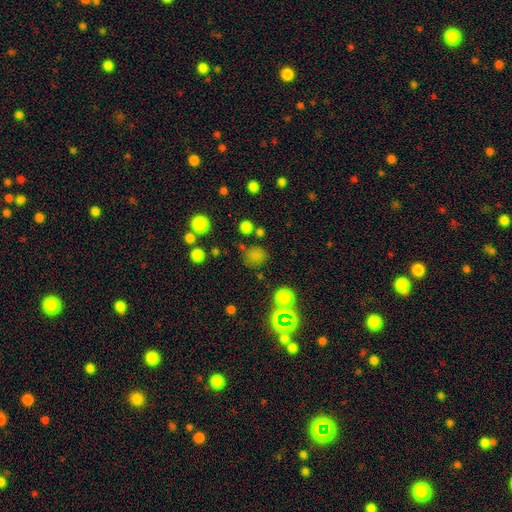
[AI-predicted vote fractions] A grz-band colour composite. It shows a smooth galaxy with no disk features (70%) that is round (83%). Merging: none (76%).